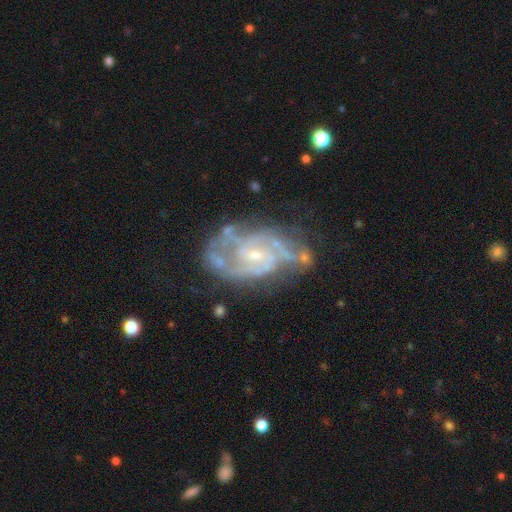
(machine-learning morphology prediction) This is clearly a featured or disk galaxy (87%). It is clearly not viewed edge-on (97%). Bar: possibly no (47%). Spiral arm pattern: clearly yes (93%). Spiral arm count: marginally 2 (44%). Spiral winding: marginally tight (45%, tied with medium). Central bulge: likely small (66%). Merging: possibly none (51%).